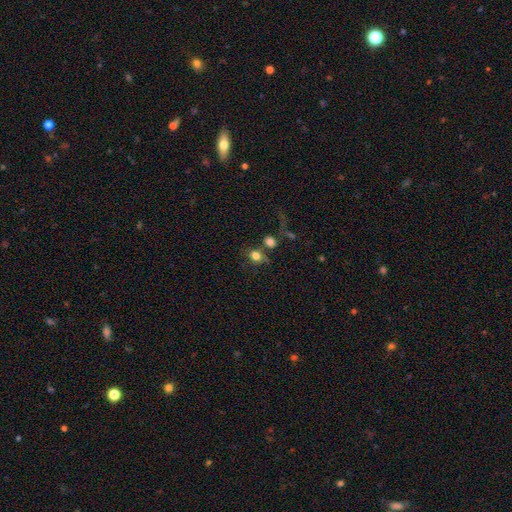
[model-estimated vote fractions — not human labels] Smooth or featured?
  - smooth: 76% *
  - star or artifact: 12%
  - featured or disk: 11%
How rounded?
  - round: 68% *
  - in between: 31%
  - cigar-shaped: 1%
Merging?
  - none: 47% *
  - merger: 29%
  - minor disturbance: 13%
  - major disturbance: 11%